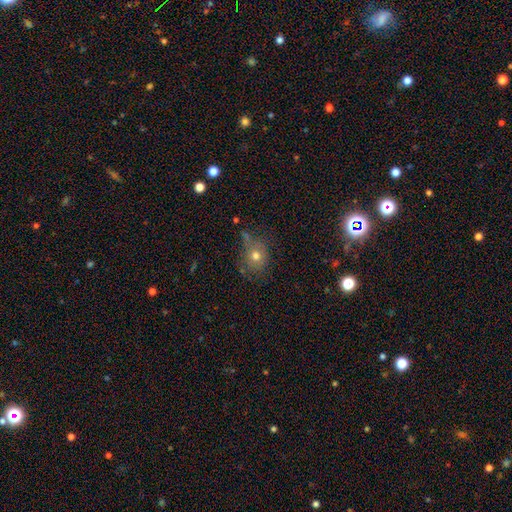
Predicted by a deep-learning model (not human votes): This is likely a smooth galaxy (69%). How rounded: likely round (70%). Merging: likely none (61%).